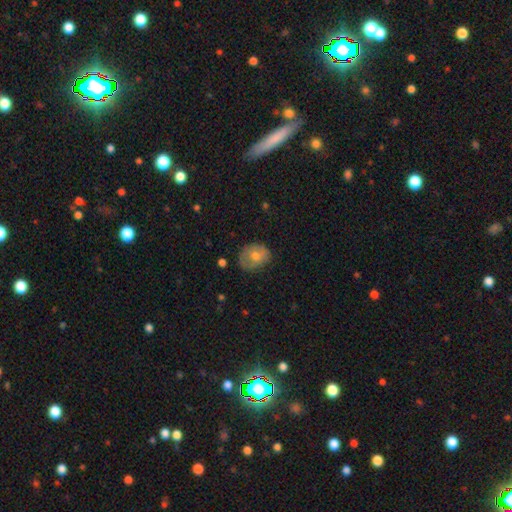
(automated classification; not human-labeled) A smooth galaxy with no disk features (58%) that is in between round and cigar-shaped (53%).

Vote fractions:
- Smooth or featured? smooth: 58% / featured or disk: 34% / star or artifact: 9%
- How rounded? in between: 53% / round: 46% / cigar-shaped: 1%
- Merging? none: 69% / minor disturbance: 24% / major disturbance: 6% / merger: 2%